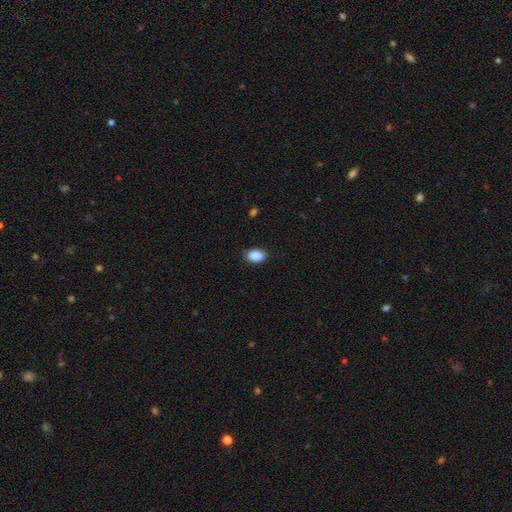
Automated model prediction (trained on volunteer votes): The model was most divided on "merging": none: 84%, minor disturbance: 12%, major disturbance: 2%, merger: 1%. More confident: smooth or featured — smooth (89%); how rounded — in between (86%).